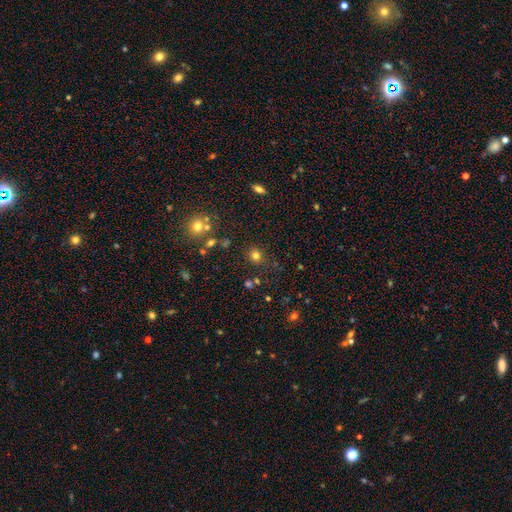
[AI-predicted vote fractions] This is likely a smooth galaxy (75%). How rounded: clearly round (82%). Merging: likely none (79%).